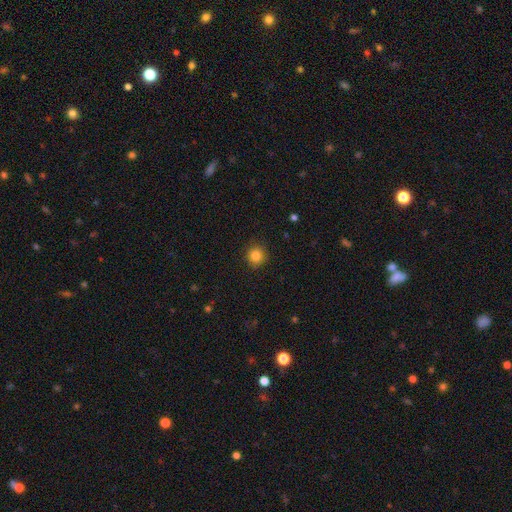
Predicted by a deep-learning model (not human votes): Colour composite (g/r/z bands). It shows a smooth galaxy with no disk features (84%) that is round (92%). Merging: none (89%).